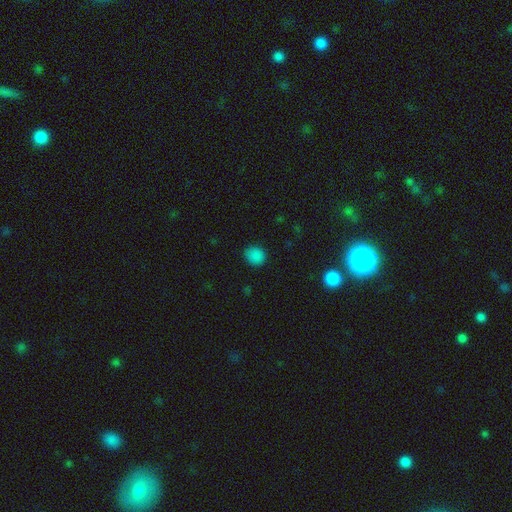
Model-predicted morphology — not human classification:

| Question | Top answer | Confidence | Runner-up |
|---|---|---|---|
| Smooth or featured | smooth | 85% | star or artifact (13%) |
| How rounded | round | 77% | in between (22%) |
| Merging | none | 86% | minor disturbance (11%) |